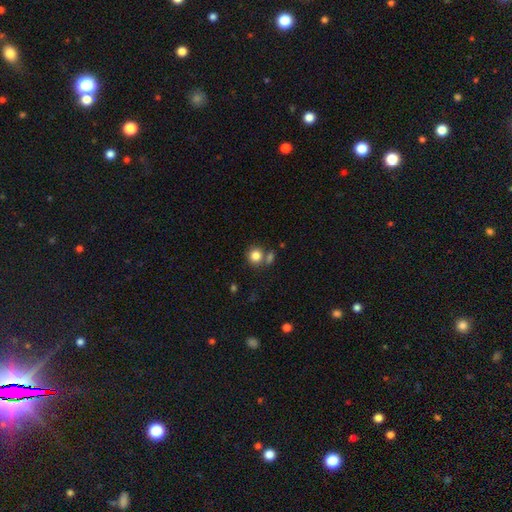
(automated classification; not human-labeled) A smooth galaxy with no disk features (83%) that is round (88%).

Vote fractions:
- Smooth or featured? smooth: 83% / star or artifact: 11% / featured or disk: 6%
- How rounded? round: 88% / in between: 11% / cigar-shaped: 1%
- Merging? none: 66% / merger: 20% / minor disturbance: 10% / major disturbance: 4%